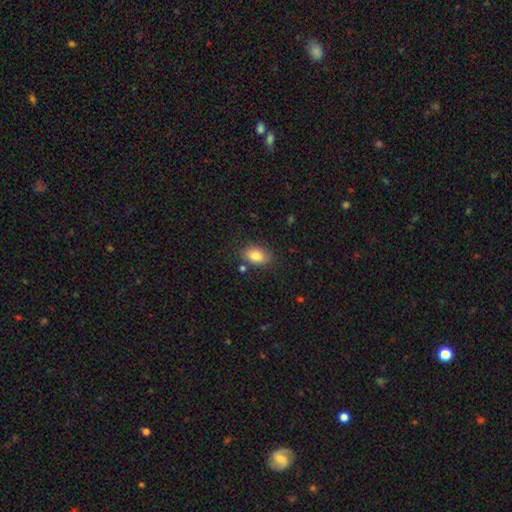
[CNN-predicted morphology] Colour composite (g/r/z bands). It shows a smooth galaxy with no disk features (83%) that is in between round and cigar-shaped (87%). Merging: none (78%).